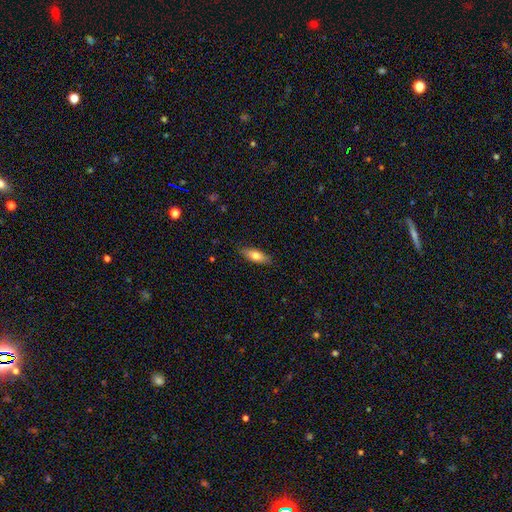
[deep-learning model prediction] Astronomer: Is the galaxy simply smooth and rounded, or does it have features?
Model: smooth — 72%.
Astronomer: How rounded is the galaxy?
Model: in between — 63%.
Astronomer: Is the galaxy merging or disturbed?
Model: none — 86%.